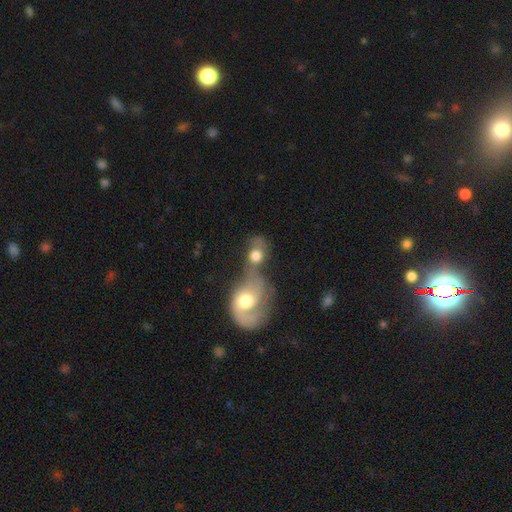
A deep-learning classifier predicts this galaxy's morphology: This appears to be a smooth galaxy with no disk features (56%) that is in between round and cigar-shaped (51%). Merging: merger (74%).